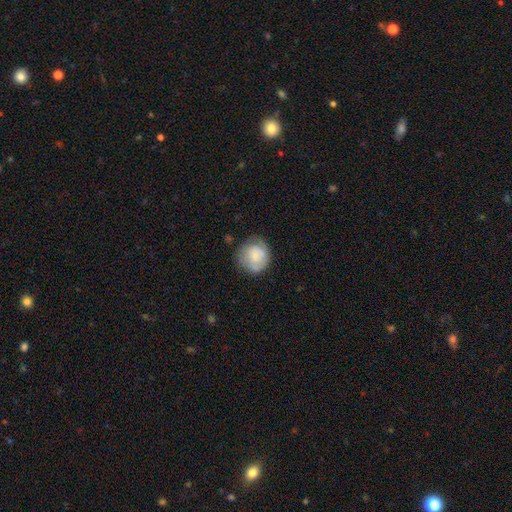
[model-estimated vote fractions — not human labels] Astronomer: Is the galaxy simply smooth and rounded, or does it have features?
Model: smooth — 67%.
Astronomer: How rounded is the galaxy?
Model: round — 86%.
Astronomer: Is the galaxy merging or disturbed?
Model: none — 62%.